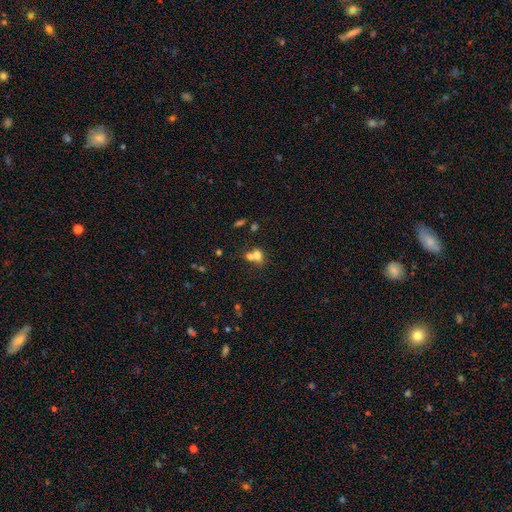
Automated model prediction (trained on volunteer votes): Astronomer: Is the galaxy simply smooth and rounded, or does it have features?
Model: smooth — 68%.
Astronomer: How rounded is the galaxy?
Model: in between — 51% (runner-up: round, 47%).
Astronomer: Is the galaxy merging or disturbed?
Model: merger — 59%.